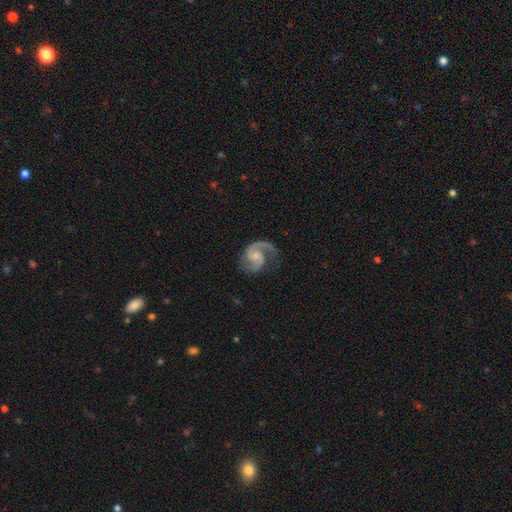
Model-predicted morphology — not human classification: Q: Smooth or featured?
A: featured or disk (91%); runner-up: smooth (5%)
Q: Edge-on disk?
A: no (98%); runner-up: yes (2%)
Q: Bar?
A: no (53%); runner-up: weak (40%)
Q: Spiral arms?
A: yes (98%); runner-up: no (2%)
Q: Spiral winding?
A: medium (58%); runner-up: loose (26%)
Q: Spiral arm count?
A: 2 (84%); runner-up: 1 (11%)
Q: Bulge size?
A: small (57%); runner-up: moderate (28%)
Q: Merging?
A: none (66%); runner-up: minor disturbance (19%)